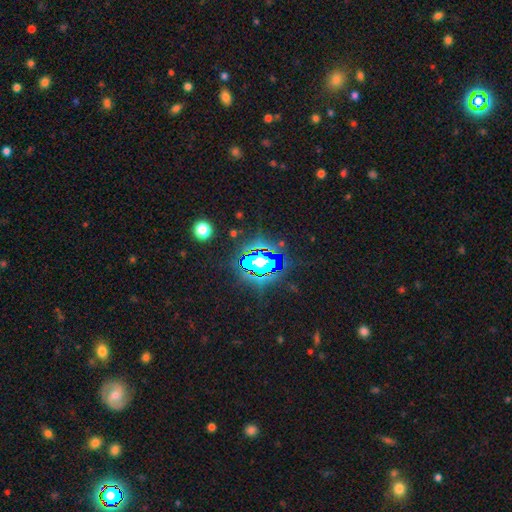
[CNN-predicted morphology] A star or artifact, not a galaxy (82%).

Vote fractions:
- Smooth or featured? star or artifact: 82% / smooth: 11% / featured or disk: 7%